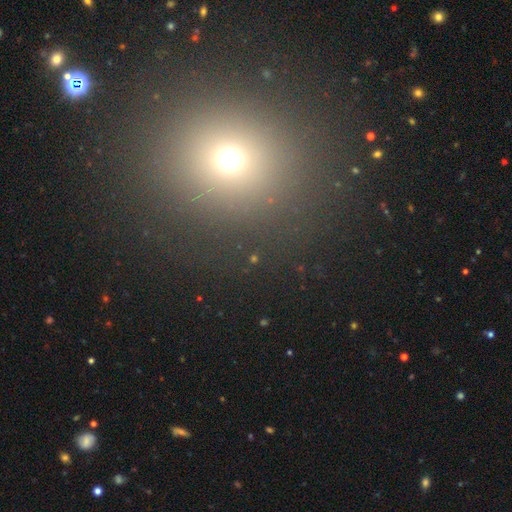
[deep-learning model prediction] Overall: smooth (56%; star or artifact 36%). How rounded: round (84%). Merging: none (89%).